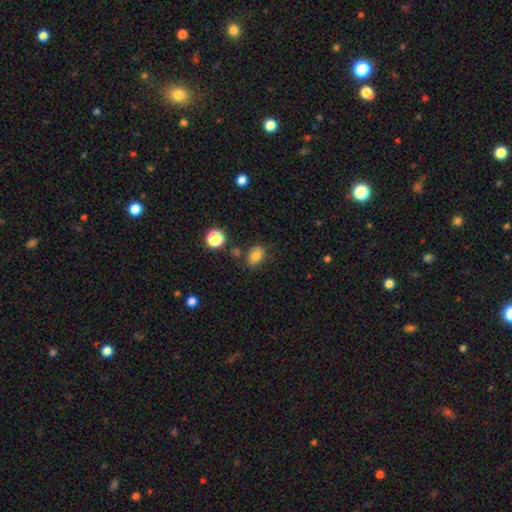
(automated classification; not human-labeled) smooth_or_featured: smooth (p=0.77) [alt: star or artifact p=0.13]
how_rounded: in between (p=0.65) [alt: round p=0.33]
merging: none (p=0.76) [alt: minor disturbance p=0.15]